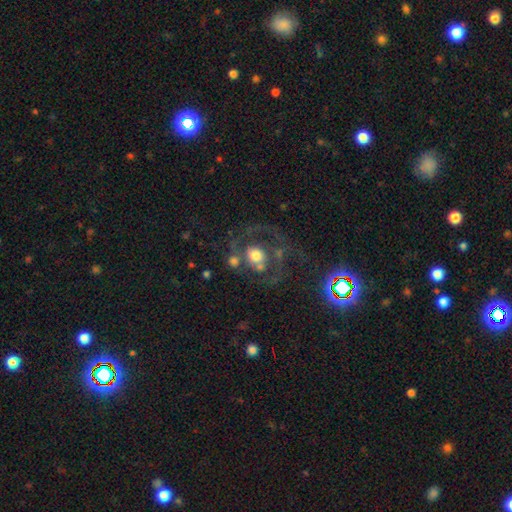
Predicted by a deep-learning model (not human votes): smooth-or-featured: featured or disk: 58% | smooth: 32% | star or artifact: 10%
  disk-edge-on: no: 97% | yes: 3%
    bar: no: 81% | weak: 15% | strong: 5%
    has-spiral-arms: yes: 60% | no: 40%
    bulge-size: moderate: 54% | large: 27% | small: 13% | dominant: 4% | none: 3%
  merging: none: 44% | major disturbance: 26% | minor disturbance: 17% | merger: 14%